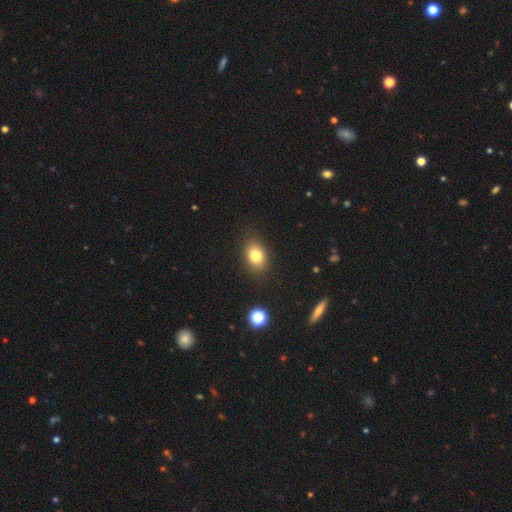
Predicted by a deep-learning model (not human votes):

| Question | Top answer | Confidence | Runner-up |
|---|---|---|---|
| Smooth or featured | smooth | 79% | star or artifact (11%) |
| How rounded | in between | 70% | round (28%) |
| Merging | none | 84% | minor disturbance (11%) |